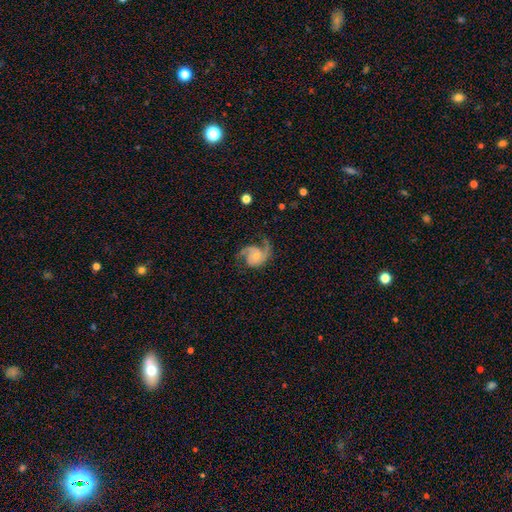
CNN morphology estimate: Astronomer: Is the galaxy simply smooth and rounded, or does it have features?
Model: featured or disk — 89%.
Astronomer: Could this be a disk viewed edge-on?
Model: no — 98%.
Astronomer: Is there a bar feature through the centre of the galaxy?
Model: no — 68%.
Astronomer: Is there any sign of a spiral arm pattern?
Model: yes — 98%.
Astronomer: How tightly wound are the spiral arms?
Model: medium — 54%.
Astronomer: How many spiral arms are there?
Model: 2 — 80%.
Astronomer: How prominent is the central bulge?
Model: small — 58%.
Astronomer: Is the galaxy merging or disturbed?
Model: none — 67%.